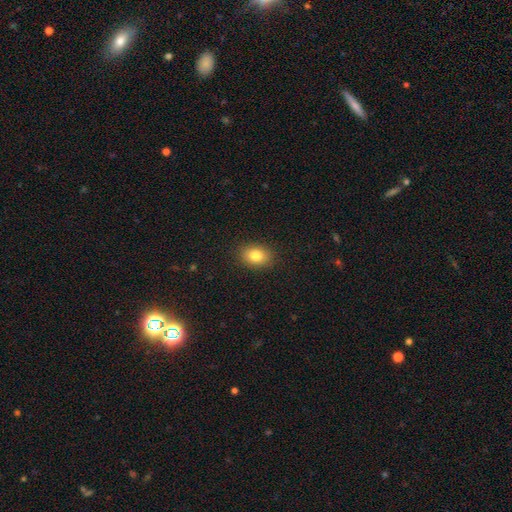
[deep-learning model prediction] Q: Smooth or featured?
A: smooth (82%); runner-up: star or artifact (10%)
Q: How rounded?
A: in between (69%); runner-up: round (30%)
Q: Merging?
A: none (89%); runner-up: minor disturbance (8%)